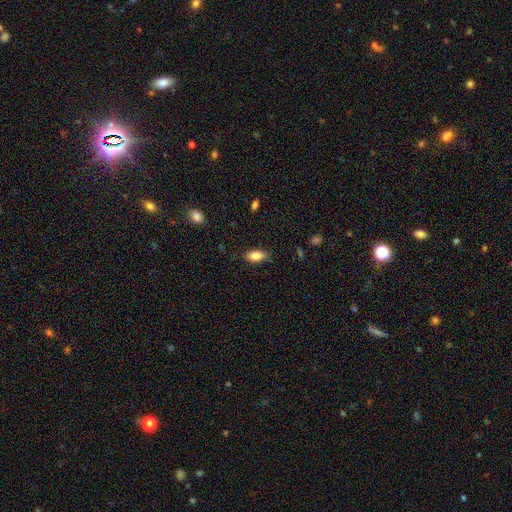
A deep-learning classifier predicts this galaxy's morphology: Smooth or featured?
  - smooth: 85% *
  - featured or disk: 8%
  - star or artifact: 7%
How rounded?
  - in between: 90% *
  - cigar-shaped: 7%
  - round: 4%
Merging?
  - none: 82% *
  - minor disturbance: 14%
  - major disturbance: 3%
  - merger: 1%